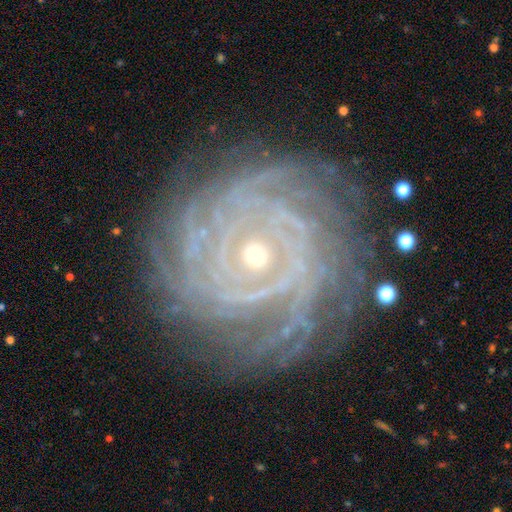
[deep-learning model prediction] A featured or disk galaxy (90%) with no bar (66%), more than 4 (27%) tight (88%) spiral arms (98%) and a small central bulge (55%). Merging: none (80%).